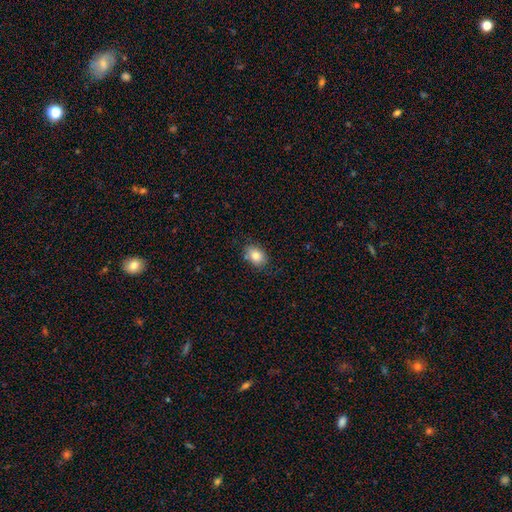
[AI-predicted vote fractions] This appears to be a smooth galaxy with no disk features (81%) that is in between round and cigar-shaped (74%). Merging: none (80%).